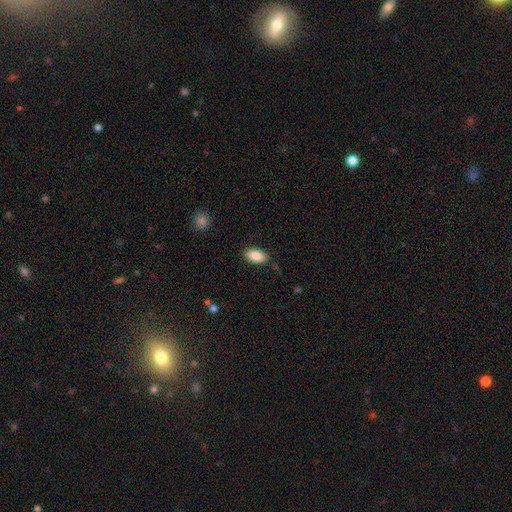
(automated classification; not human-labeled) Morphology: type=smooth (86%); roundness=in between (93%); merging=none (83%).